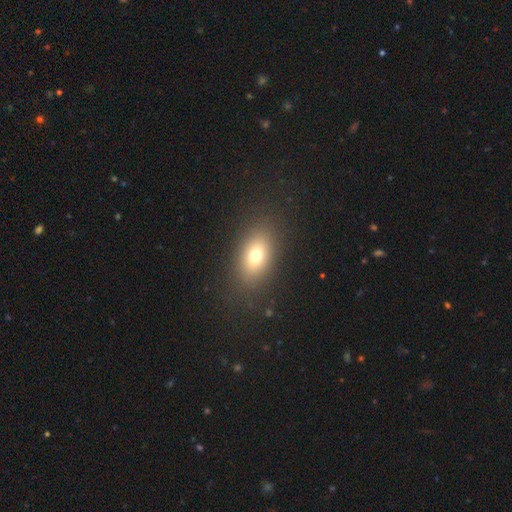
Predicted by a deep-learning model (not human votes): A smooth galaxy with no disk features (72%) that is in between round and cigar-shaped (79%). Merging: none (85%).